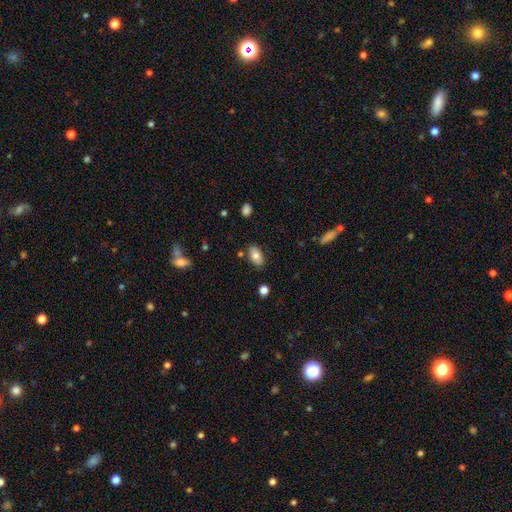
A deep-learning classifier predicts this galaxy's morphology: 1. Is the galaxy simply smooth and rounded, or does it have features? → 78% smooth, 14% featured or disk, 8% star or artifact.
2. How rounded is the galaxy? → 93% in between, 5% round, 2% cigar-shaped.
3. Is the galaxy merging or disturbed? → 82% none, 12% minor disturbance, 3% merger, 3% major disturbance.